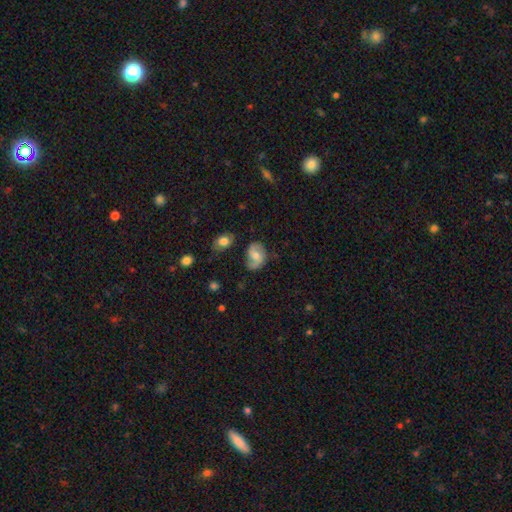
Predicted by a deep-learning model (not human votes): The model was most divided on "smooth or featured": featured or disk: 50%, smooth: 42%, star or artifact: 8%. More confident: merging — none (61%).